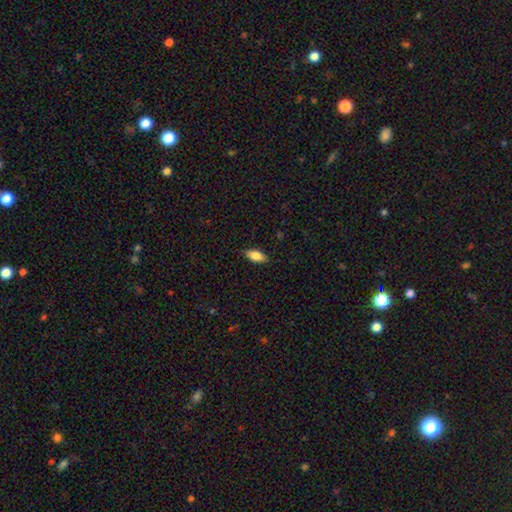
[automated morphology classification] Smooth or featured?
  - smooth: 81% *
  - featured or disk: 12%
  - star or artifact: 7%
How rounded?
  - in between: 83% *
  - cigar-shaped: 14%
  - round: 2%
Merging?
  - none: 86% *
  - minor disturbance: 10%
  - major disturbance: 2%
  - merger: 1%